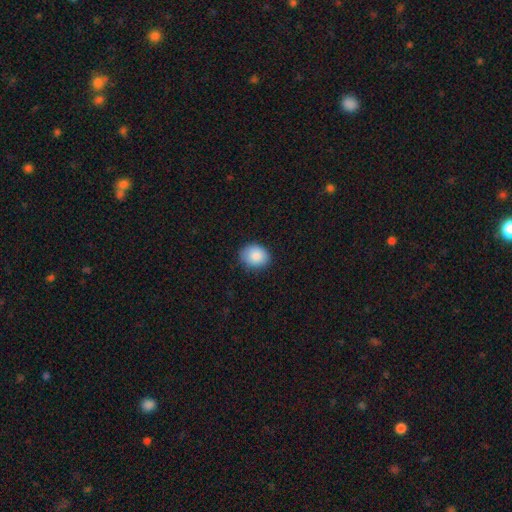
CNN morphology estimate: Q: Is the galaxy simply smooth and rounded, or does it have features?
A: smooth — 87%.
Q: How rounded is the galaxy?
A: round — 66%.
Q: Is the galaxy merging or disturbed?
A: none — 84%.